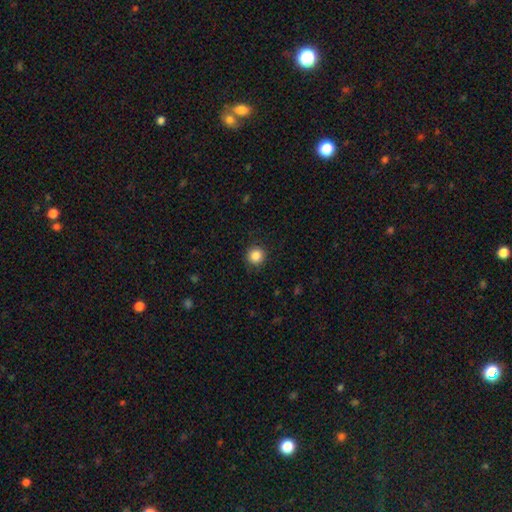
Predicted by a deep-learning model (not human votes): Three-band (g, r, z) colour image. It shows a smooth galaxy with no disk features (85%) that is round (94%). Merging: none (90%).